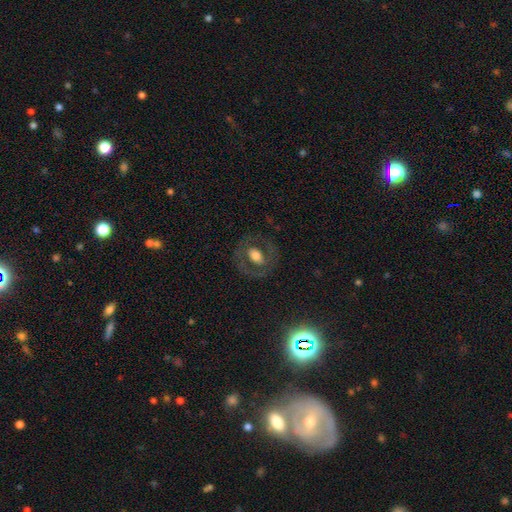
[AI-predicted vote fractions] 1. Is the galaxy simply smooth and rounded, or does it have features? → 47% featured or disk, 44% smooth, 8% star or artifact.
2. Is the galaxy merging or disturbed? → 76% none, 12% minor disturbance, 10% major disturbance, 1% merger.